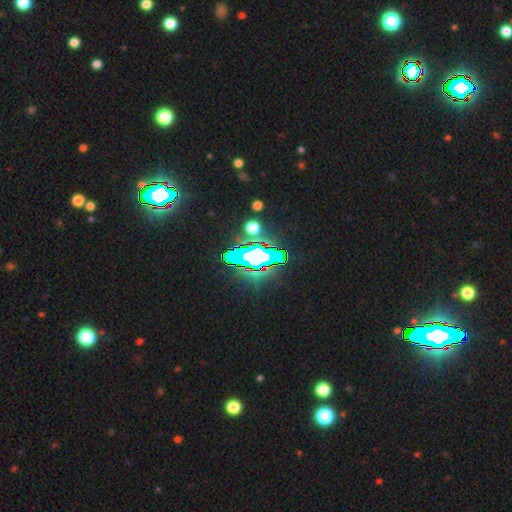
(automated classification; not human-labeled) Smooth or featured: star or artifact — 63% (smooth — 20%)